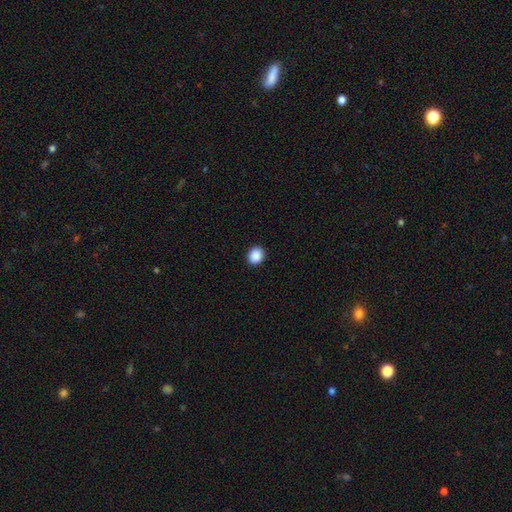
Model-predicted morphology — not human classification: Overall: smooth (89%). How rounded: round (70%). Merging: none (92%).